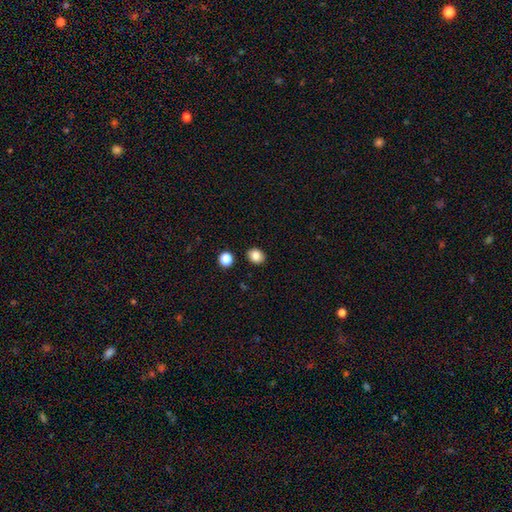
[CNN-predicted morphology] Smooth or featured? smooth (85%)
How rounded? round (57%)
Merging? none (88%)